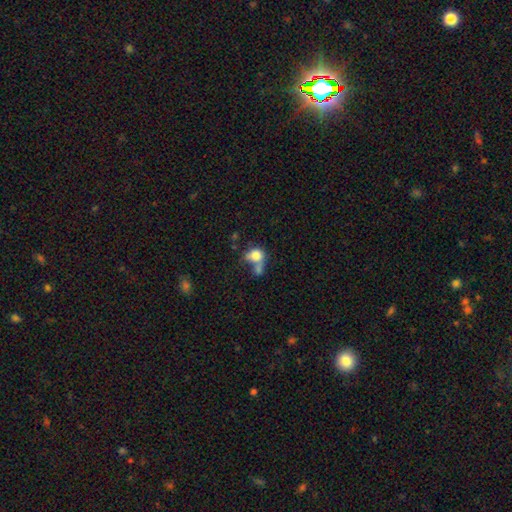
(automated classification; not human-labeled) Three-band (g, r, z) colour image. It shows a smooth galaxy with no disk features (76%) that is round (57%). Merging: merger (48%).